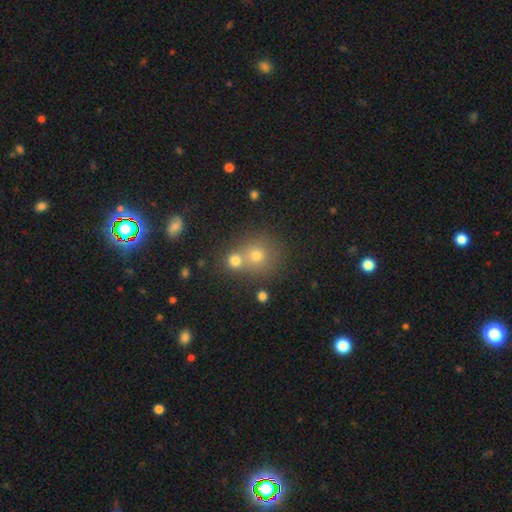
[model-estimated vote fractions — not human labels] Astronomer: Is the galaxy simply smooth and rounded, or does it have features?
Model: smooth — 58%.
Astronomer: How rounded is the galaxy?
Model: round — 88%.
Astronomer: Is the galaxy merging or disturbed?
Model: none — 55% (runner-up: merger, 36%).